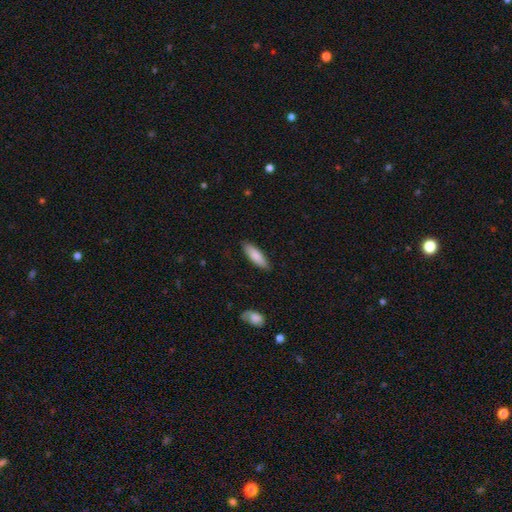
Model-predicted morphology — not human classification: type=smooth (84%); roundness=cigar-shaped (51%); merging=none (88%).